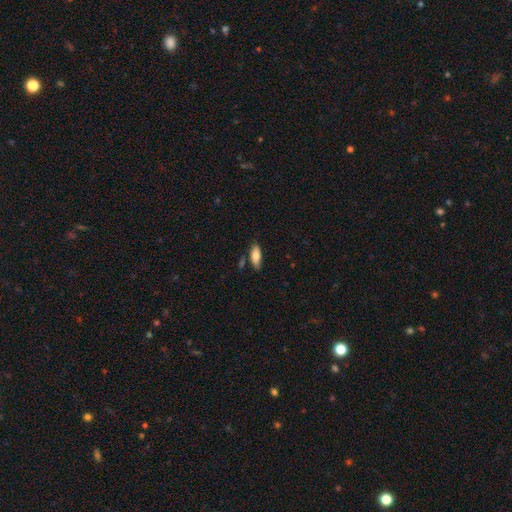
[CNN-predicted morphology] smooth-or-featured: smooth: 77% | featured or disk: 16% | star or artifact: 6%
  how-rounded: in between: 72% | cigar-shaped: 26% | round: 2%
  merging: none: 77% | minor disturbance: 15% | merger: 4% | major disturbance: 3%